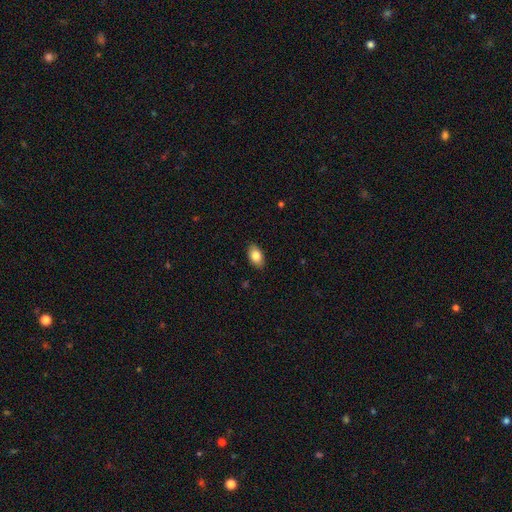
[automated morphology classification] smooth 84%, featured or disk 8%, star or artifact 7%. Down the decision tree: how rounded — in between (91%); merging — none (88%).